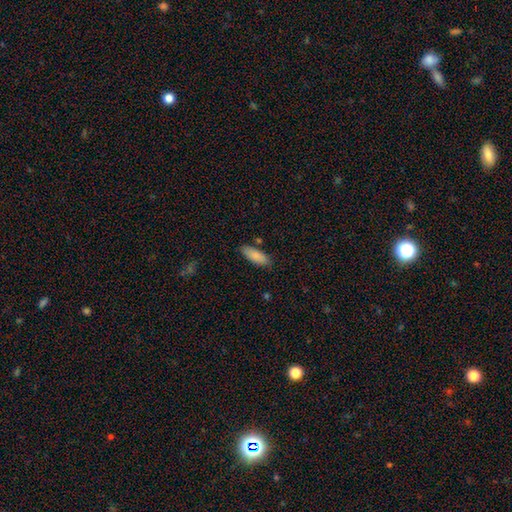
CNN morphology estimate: Smooth or featured? Predicted: smooth (p=0.86). How rounded? Predicted: in between (p=0.70). Merging? Predicted: none (p=0.81).